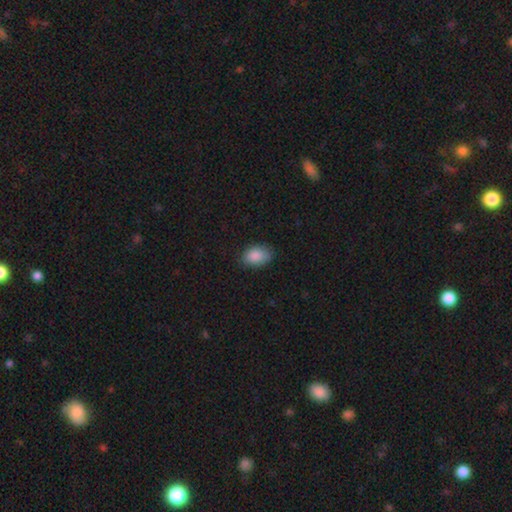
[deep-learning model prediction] This appears to be a smooth galaxy with no disk features (87%) that is in between round and cigar-shaped (86%). Merging: none (79%).